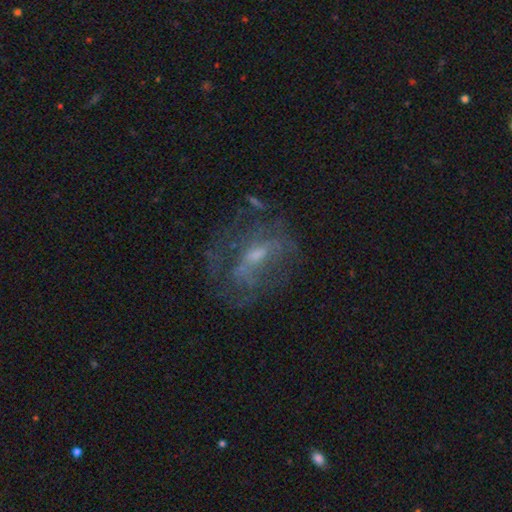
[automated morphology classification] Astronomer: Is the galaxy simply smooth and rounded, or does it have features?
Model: featured or disk — 65%.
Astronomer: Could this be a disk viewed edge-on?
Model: no — 95%.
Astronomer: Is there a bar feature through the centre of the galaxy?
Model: no — 49% (runner-up: weak, 40%).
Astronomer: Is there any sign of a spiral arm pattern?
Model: no — 55% (runner-up: yes, 45%).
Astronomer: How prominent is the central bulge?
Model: small — 47% (runner-up: moderate, 36%).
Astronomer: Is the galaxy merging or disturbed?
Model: none — 48% (runner-up: major disturbance, 30%).